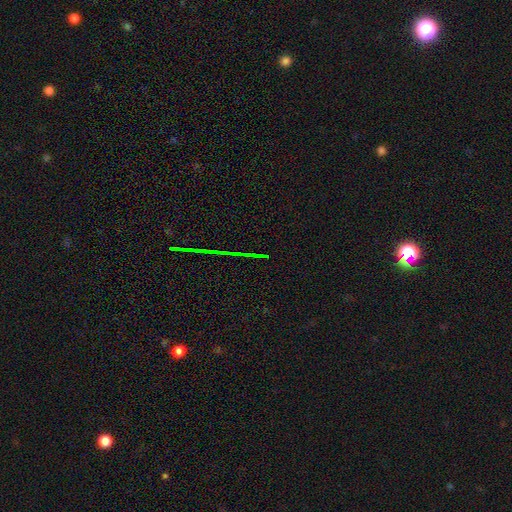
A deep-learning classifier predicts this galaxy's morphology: Q: Smooth or featured?
A: star or artifact (80%); runner-up: featured or disk (11%)